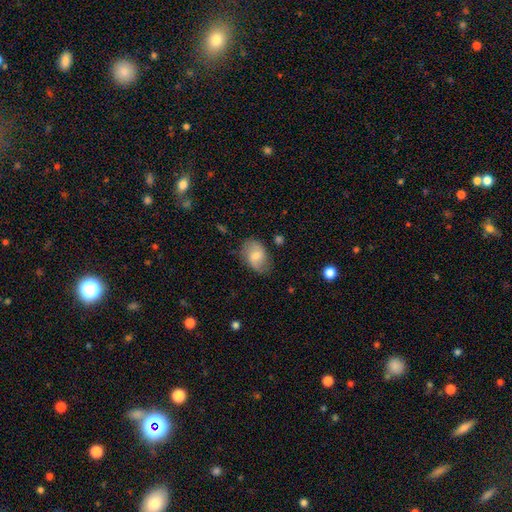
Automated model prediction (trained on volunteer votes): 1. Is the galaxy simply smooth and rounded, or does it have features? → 59% smooth, 34% featured or disk, 8% star or artifact.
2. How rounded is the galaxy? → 83% in between, 15% round, 1% cigar-shaped.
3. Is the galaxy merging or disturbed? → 69% none, 23% minor disturbance, 6% major disturbance, 2% merger.